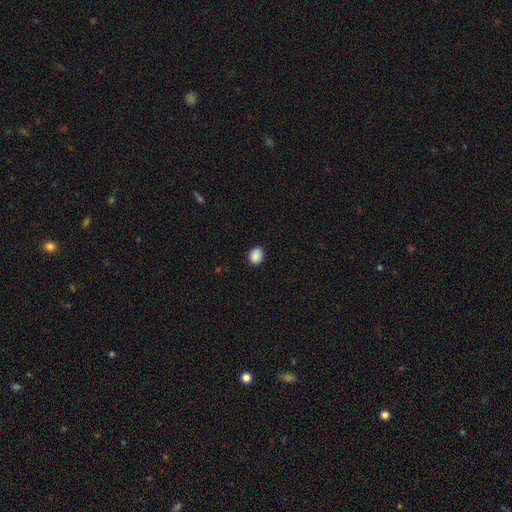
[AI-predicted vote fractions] The model was most divided on "how rounded": round: 54%, in between: 45%, cigar-shaped: 1%. More confident: smooth or featured — smooth (88%); merging — none (83%).